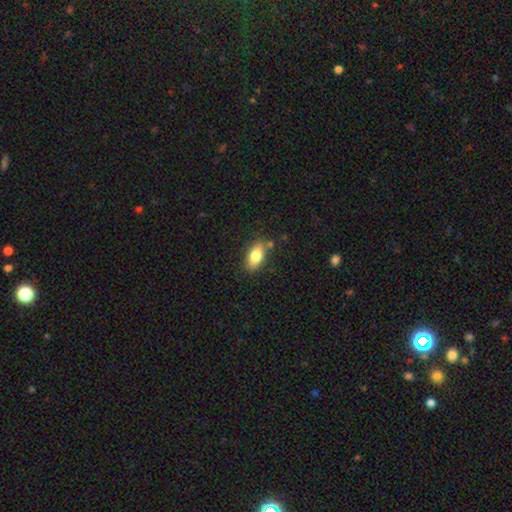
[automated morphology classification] type=smooth (81%); roundness=in between (88%); merging=none (78%).